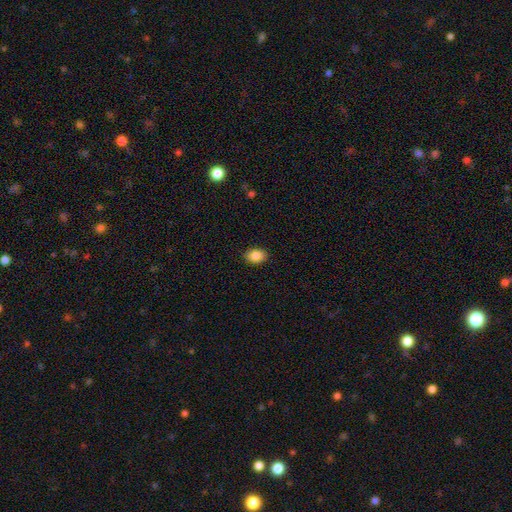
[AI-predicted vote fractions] Smooth or featured? Predicted: smooth (p=0.87). How rounded? Predicted: in between (p=0.78). Merging? Predicted: none (p=0.89).